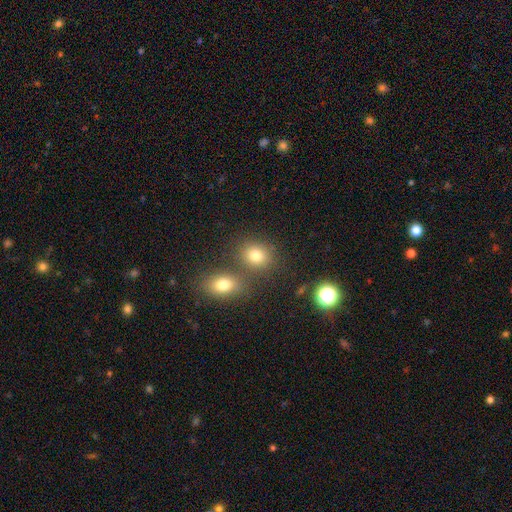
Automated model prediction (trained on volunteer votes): A smooth galaxy with no disk features (78%) that is round (61%). Merging: none (69%).